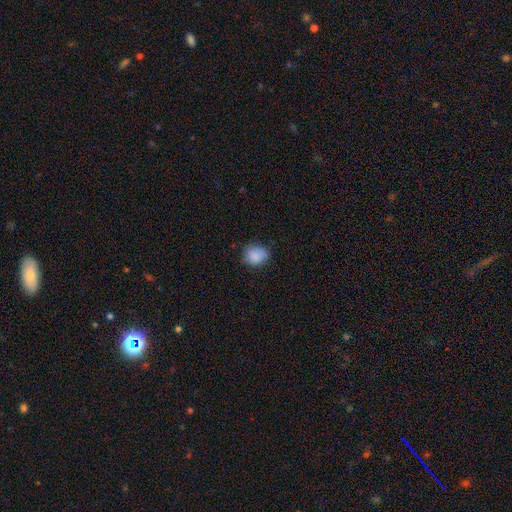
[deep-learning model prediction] smooth_or_featured: smooth (p=0.85) [alt: star or artifact p=0.08]
how_rounded: round (p=0.67) [alt: in between p=0.32]
merging: none (p=0.70) [alt: minor disturbance p=0.24]